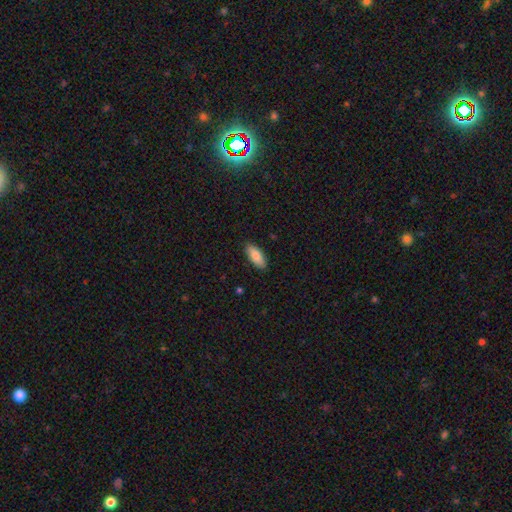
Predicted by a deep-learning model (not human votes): smooth-or-featured: smooth: 86% | featured or disk: 9% | star or artifact: 6%
  how-rounded: in between: 82% | cigar-shaped: 16% | round: 2%
  merging: none: 89% | minor disturbance: 9% | major disturbance: 2% | merger: 1%